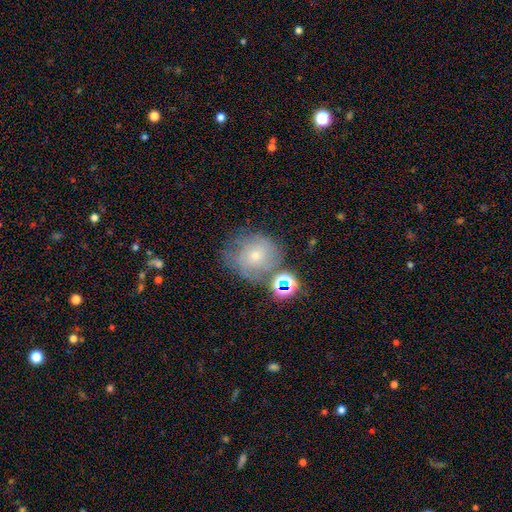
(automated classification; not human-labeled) Smooth or featured? Predicted: smooth (p=0.47). Merging? Predicted: none (p=0.50).